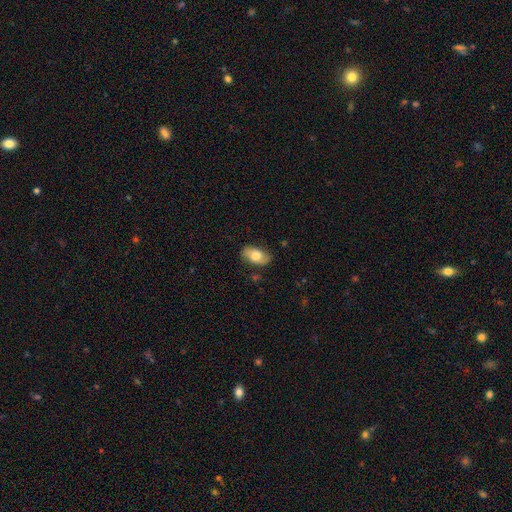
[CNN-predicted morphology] Overall: smooth (66%; featured or disk 28%). How rounded: in between (92%). Merging: none (78%).